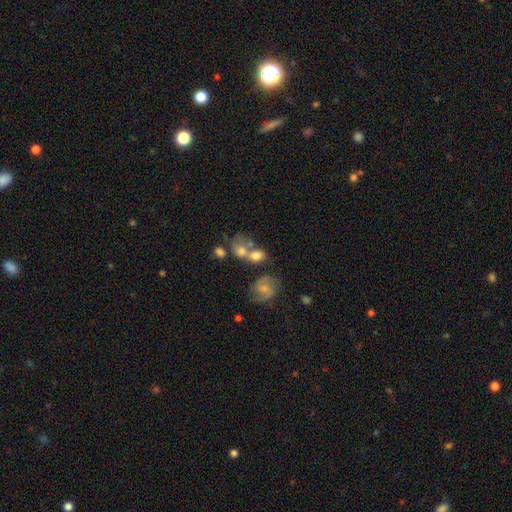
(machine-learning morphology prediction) A smooth galaxy with no disk features (64%) that is in between round and cigar-shaped (58%).

Vote fractions:
- Smooth or featured? smooth: 64% / featured or disk: 26% / star or artifact: 10%
- How rounded? in between: 58% / round: 40% / cigar-shaped: 2%
- Merging? merger: 53% / none: 28% / minor disturbance: 11% / major disturbance: 8%